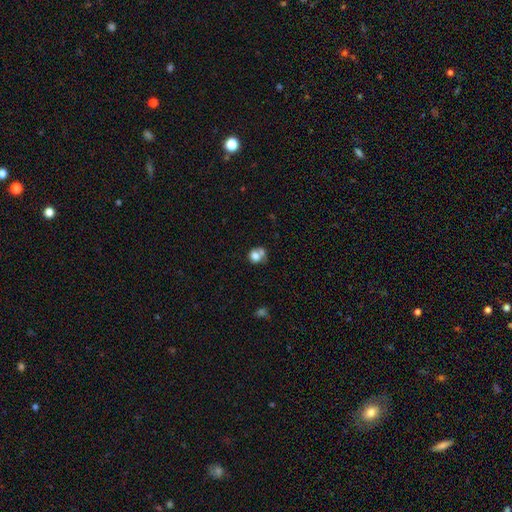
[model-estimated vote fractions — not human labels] Smooth or featured: smooth — 73% (featured or disk — 15%)
How rounded: round — 73% (in between — 26%)
Merging: none — 39% (merger — 37%)